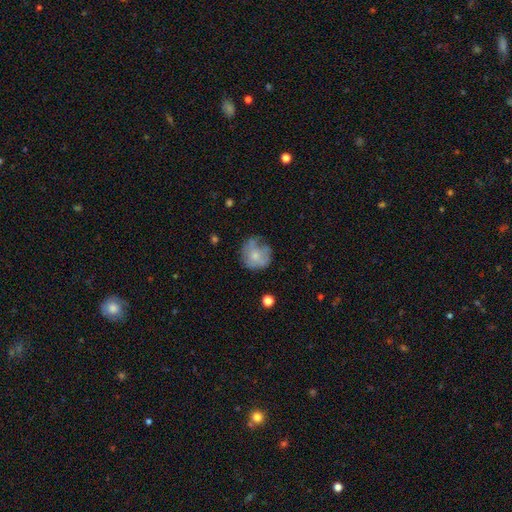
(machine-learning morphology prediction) This is likely a smooth galaxy (60%). How rounded: clearly round (84%). Merging: possibly none (52%).